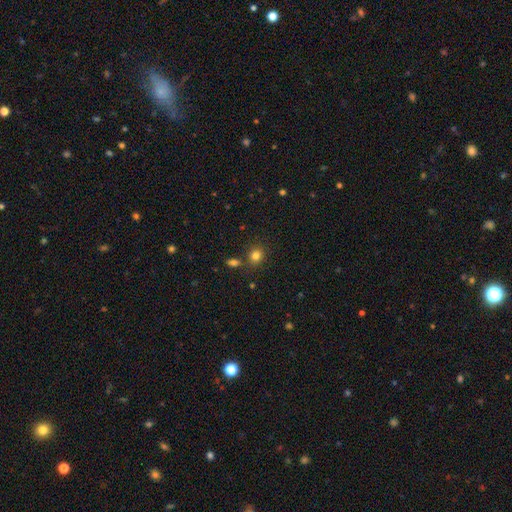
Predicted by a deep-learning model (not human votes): Q: Smooth or featured?
A: smooth (81%); runner-up: star or artifact (13%)
Q: How rounded?
A: round (74%); runner-up: in between (25%)
Q: Merging?
A: none (78%); runner-up: merger (10%)